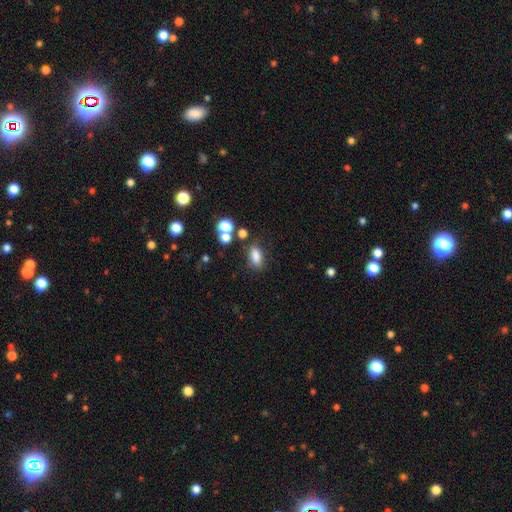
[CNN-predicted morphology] Overall: smooth (81%). How rounded: in between (83%). Merging: none (70%).